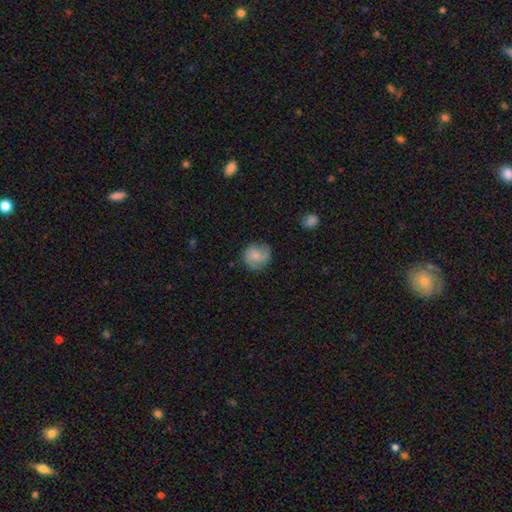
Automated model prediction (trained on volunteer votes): Smooth or featured? smooth (51%)
How rounded? round (85%)
Merging? none (75%)